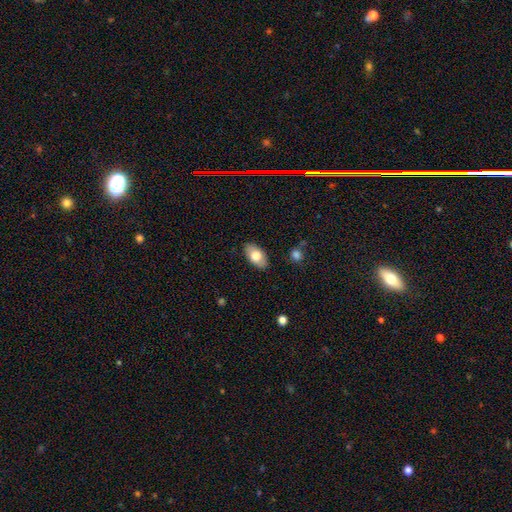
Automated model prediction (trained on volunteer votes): The model was most divided on "smooth or featured": smooth: 74%, featured or disk: 19%, star or artifact: 6%. More confident: how rounded — in between (94%); merging — none (86%).